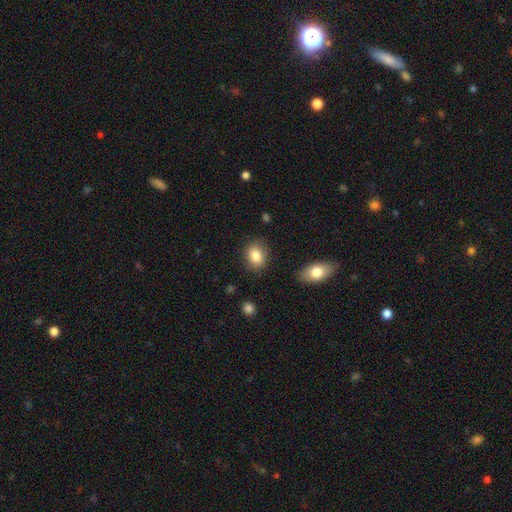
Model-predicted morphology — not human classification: The model was most divided on "how rounded": in between: 59%, round: 40%, cigar-shaped: 1%. More confident: merging — none (84%); smooth or featured — smooth (84%).